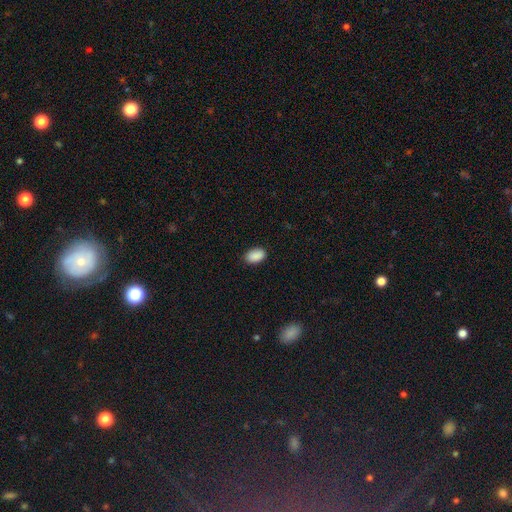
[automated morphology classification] A smooth galaxy with no disk features (90%) that is in between round and cigar-shaped (92%). Merging: none (86%).